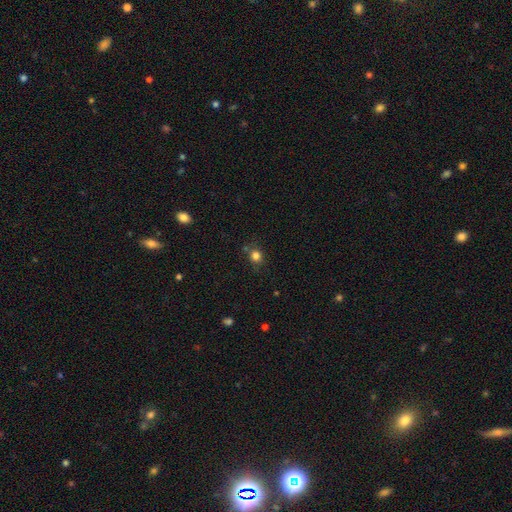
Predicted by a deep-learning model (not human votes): Smooth or featured?
  - smooth: 80% *
  - star or artifact: 14%
  - featured or disk: 6%
How rounded?
  - round: 81% *
  - in between: 18%
  - cigar-shaped: 1%
Merging?
  - none: 75% *
  - minor disturbance: 14%
  - merger: 6%
  - major disturbance: 4%